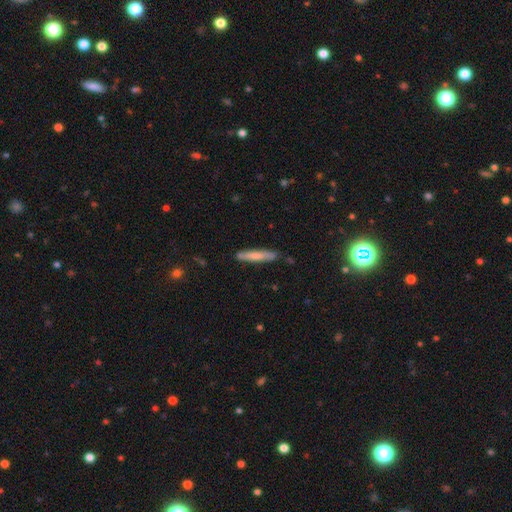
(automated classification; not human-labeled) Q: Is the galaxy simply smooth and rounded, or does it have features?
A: smooth — 70%.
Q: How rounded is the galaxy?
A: cigar-shaped — 91%.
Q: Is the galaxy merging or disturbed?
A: none — 85%.